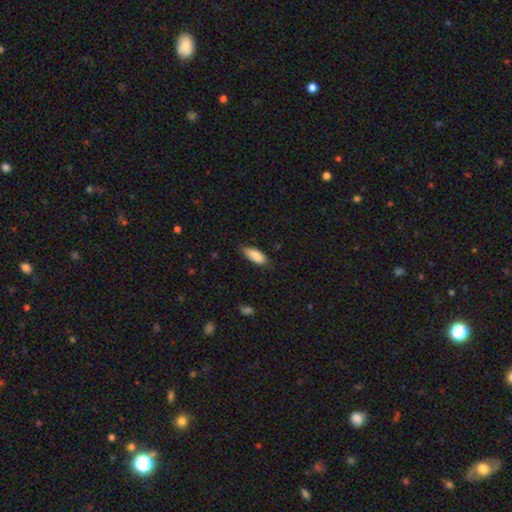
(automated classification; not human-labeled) Smooth or featured? Predicted: smooth (p=0.88). How rounded? Predicted: in between (p=0.83). Merging? Predicted: none (p=0.71).